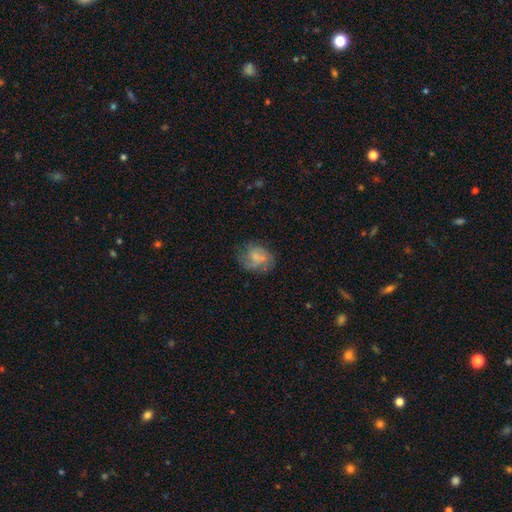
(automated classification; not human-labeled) A smooth galaxy with no disk features (50%) that is in between round and cigar-shaped (54%). Merging: none (60%).